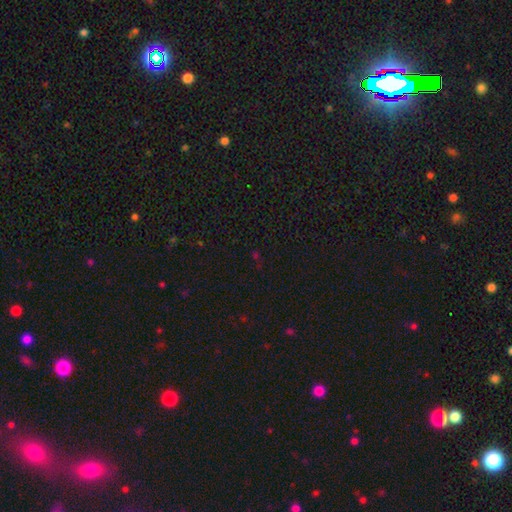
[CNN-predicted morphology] Smooth or featured?
  - star or artifact: 62% *
  - smooth: 30%
  - featured or disk: 8%